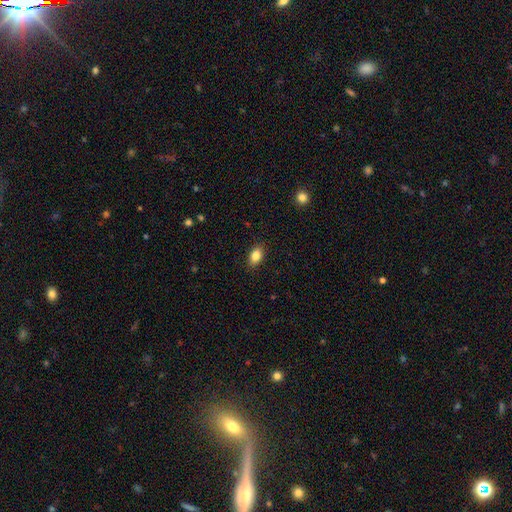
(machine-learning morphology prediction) A smooth galaxy with no disk features (85%) that is in between round and cigar-shaped (85%). Merging: none (88%).